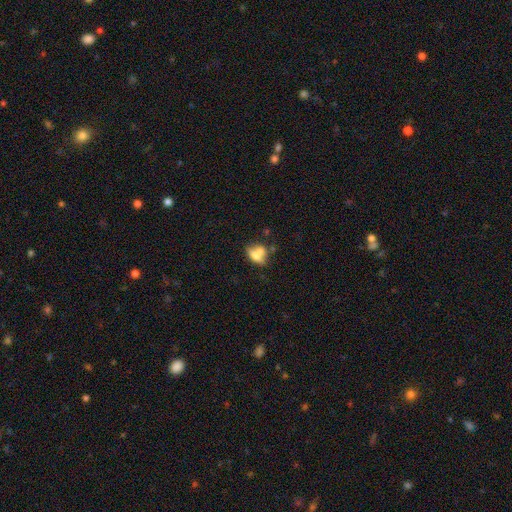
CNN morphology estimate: type=smooth (56%); roundness=in between (67%); merging=merger (45%).